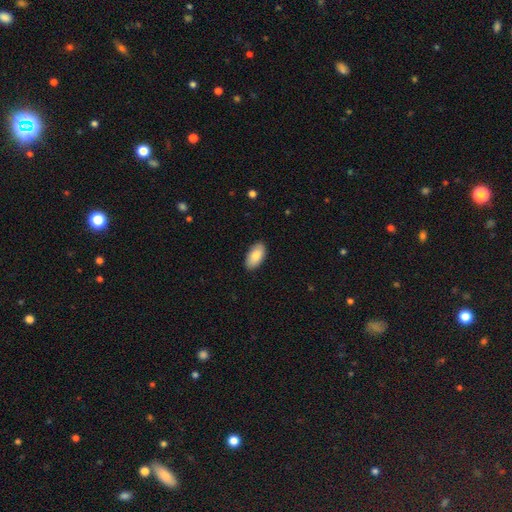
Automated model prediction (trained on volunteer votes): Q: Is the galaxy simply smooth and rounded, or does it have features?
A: smooth — 84%.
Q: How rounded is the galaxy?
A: in between — 95%.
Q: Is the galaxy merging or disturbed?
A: none — 89%.